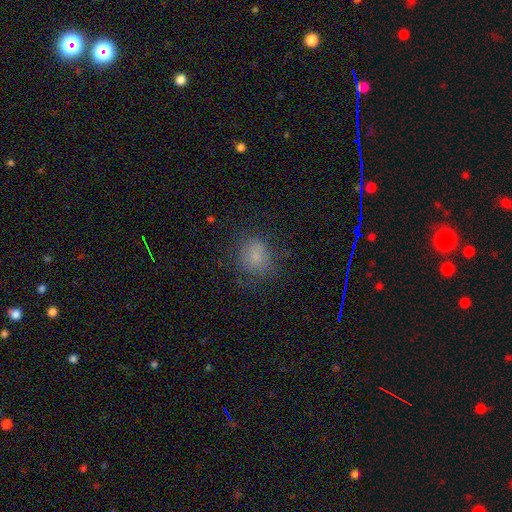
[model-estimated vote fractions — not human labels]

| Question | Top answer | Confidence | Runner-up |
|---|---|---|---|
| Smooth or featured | smooth | 74% | star or artifact (14%) |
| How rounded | round | 76% | in between (23%) |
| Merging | none | 70% | minor disturbance (18%) |